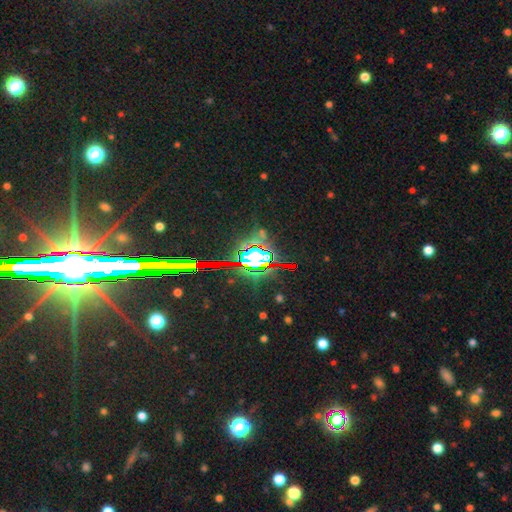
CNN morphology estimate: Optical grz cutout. It shows a star or artifact, not a galaxy (76%).